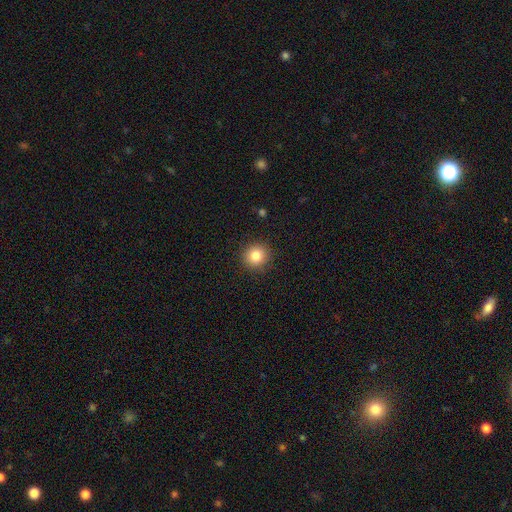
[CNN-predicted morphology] Smooth or featured? smooth (83%)
How rounded? round (93%)
Merging? none (91%)